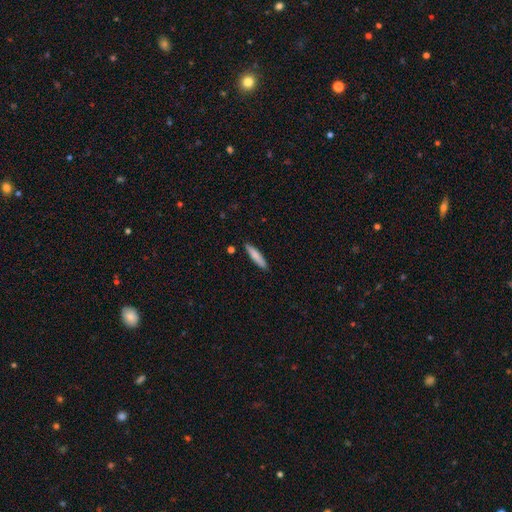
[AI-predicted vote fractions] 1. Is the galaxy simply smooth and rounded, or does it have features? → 81% smooth, 13% featured or disk, 6% star or artifact.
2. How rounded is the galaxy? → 85% cigar-shaped, 14% in between, 1% round.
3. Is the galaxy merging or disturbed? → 87% none, 9% minor disturbance, 2% merger, 2% major disturbance.